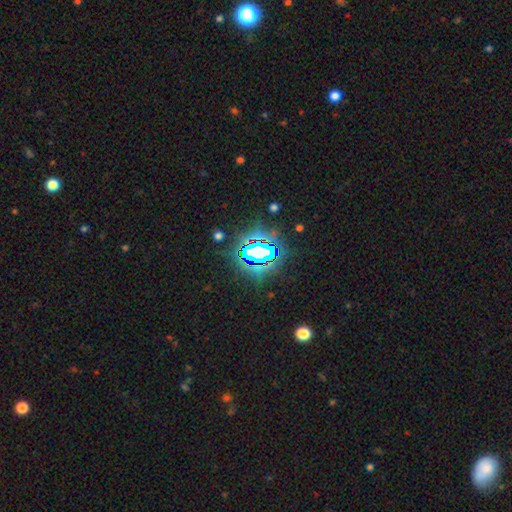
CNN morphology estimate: Smooth or featured? Predicted: star or artifact (p=0.75).